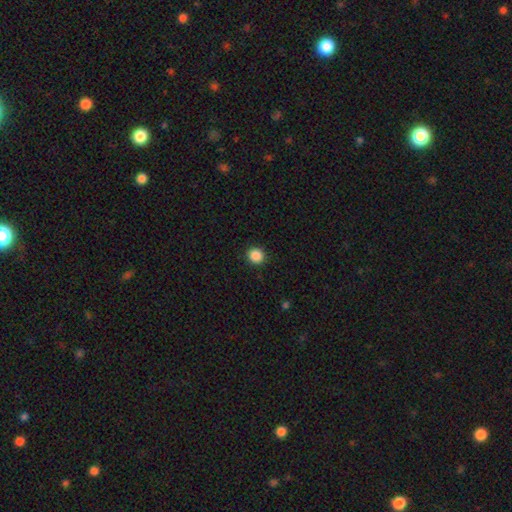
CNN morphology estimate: The model was most divided on "smooth or featured": smooth: 88%, star or artifact: 10%, featured or disk: 3%. More confident: merging — none (92%); how rounded — round (91%).